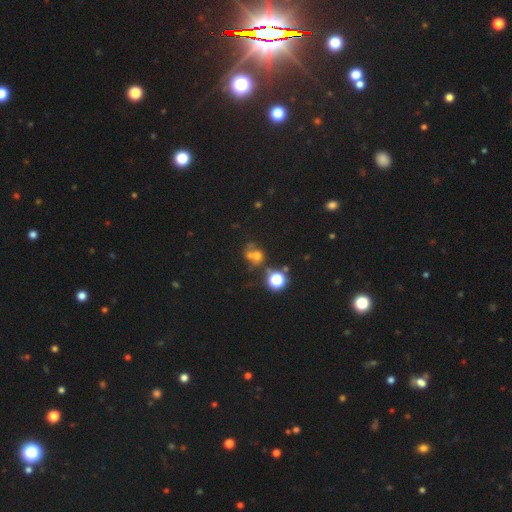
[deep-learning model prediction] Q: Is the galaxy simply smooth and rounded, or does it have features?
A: smooth — 54%.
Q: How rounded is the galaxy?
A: round — 74%.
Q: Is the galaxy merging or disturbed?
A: merger — 42%.